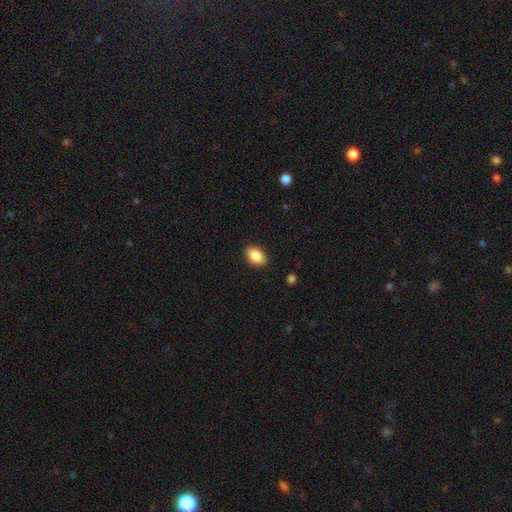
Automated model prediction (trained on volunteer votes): Morphology: type=smooth (88%); roundness=in between (89%); merging=none (88%).